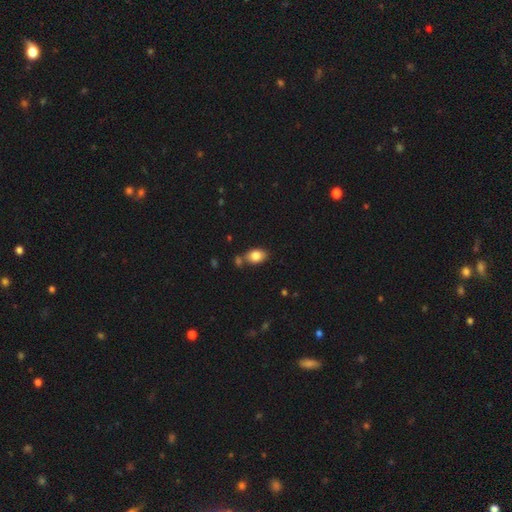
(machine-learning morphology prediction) Smooth or featured?
  - smooth: 83% *
  - featured or disk: 9%
  - star or artifact: 8%
How rounded?
  - in between: 82% *
  - round: 17%
  - cigar-shaped: 1%
Merging?
  - none: 68% *
  - minor disturbance: 14%
  - merger: 14%
  - major disturbance: 4%